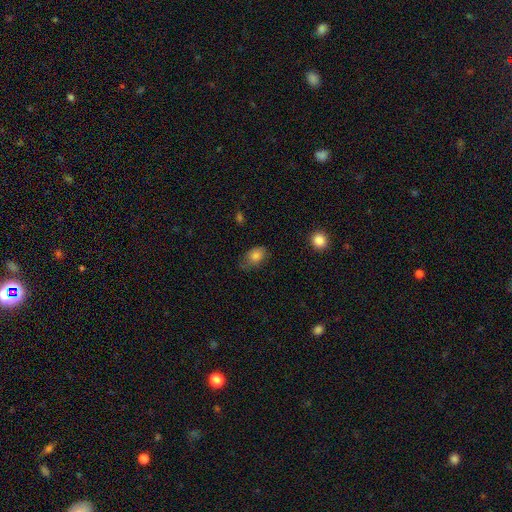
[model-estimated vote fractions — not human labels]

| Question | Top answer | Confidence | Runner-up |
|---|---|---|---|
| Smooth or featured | smooth | 81% | star or artifact (10%) |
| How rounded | in between | 79% | round (19%) |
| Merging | none | 61% | minor disturbance (29%) |